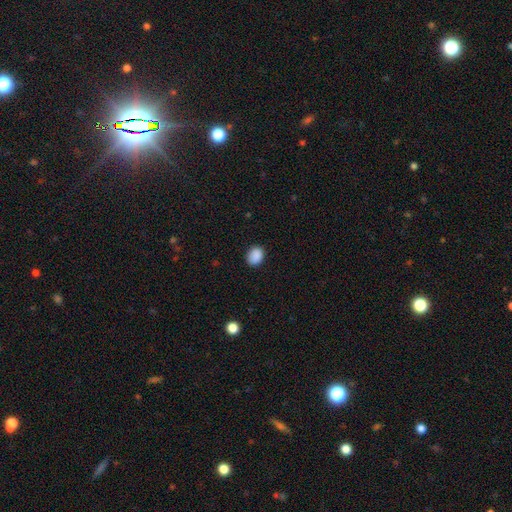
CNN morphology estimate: The model was most divided on "how rounded": in between: 56%, round: 43%, cigar-shaped: 1%. More confident: smooth or featured — smooth (89%); merging — none (85%).